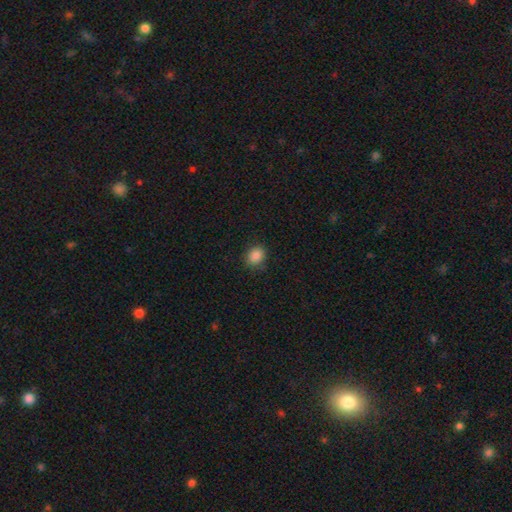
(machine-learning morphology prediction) Smooth or featured? Predicted: smooth (p=0.86). How rounded? Predicted: round (p=0.59). Merging? Predicted: none (p=0.86).